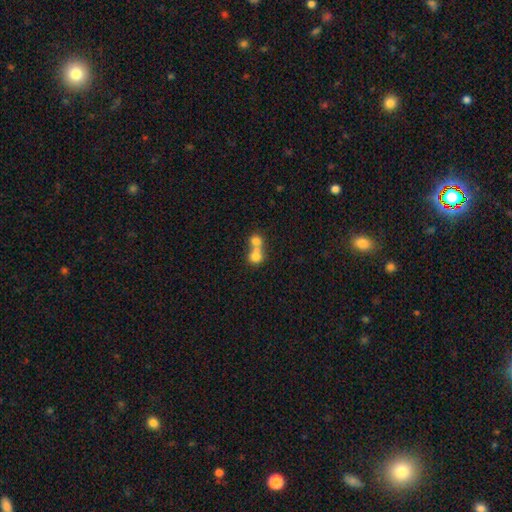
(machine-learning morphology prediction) This appears to be a smooth galaxy with no disk features (74%) that is round (77%). Merging: merger (68%).